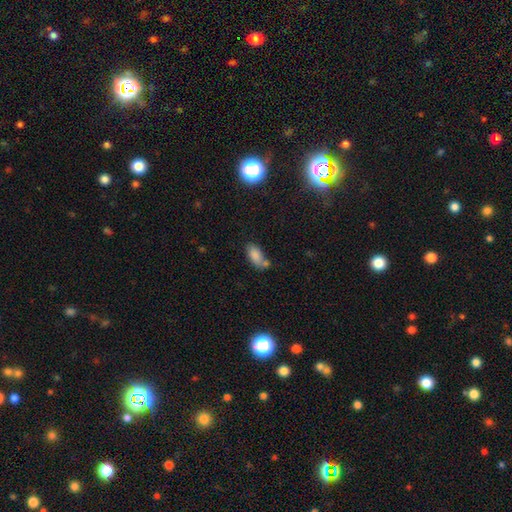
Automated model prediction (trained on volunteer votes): Overall: smooth (82%). How rounded: in between (89%). Merging: none (49%; merger 26%).